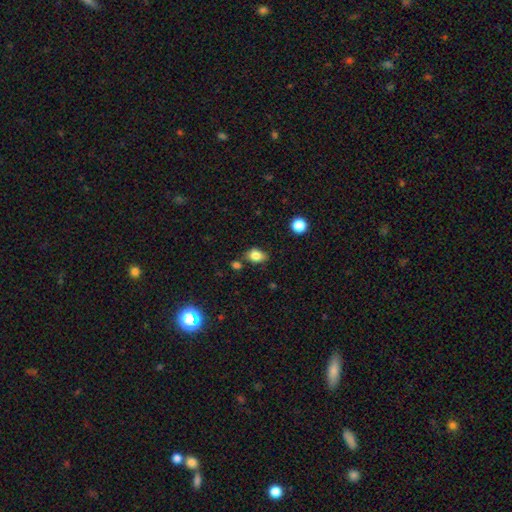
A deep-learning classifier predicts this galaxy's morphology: Smooth or featured? Predicted: smooth (p=0.83). How rounded? Predicted: in between (p=0.70). Merging? Predicted: none (p=0.68).